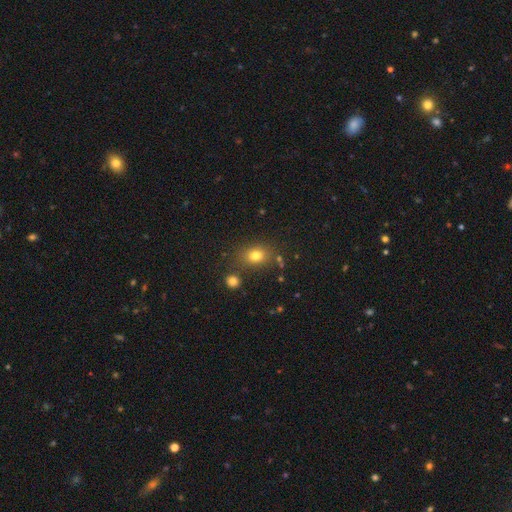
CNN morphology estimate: A smooth galaxy with no disk features (77%) that is in between round and cigar-shaped (55%). Merging: none (76%).